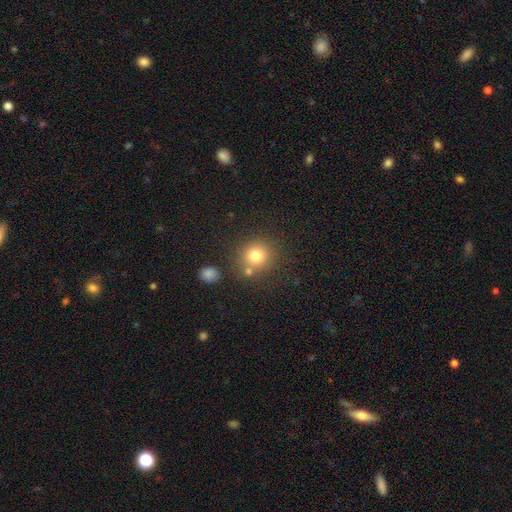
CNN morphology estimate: Smooth or featured? Predicted: smooth (p=0.78). How rounded? Predicted: round (p=0.89). Merging? Predicted: none (p=0.70).